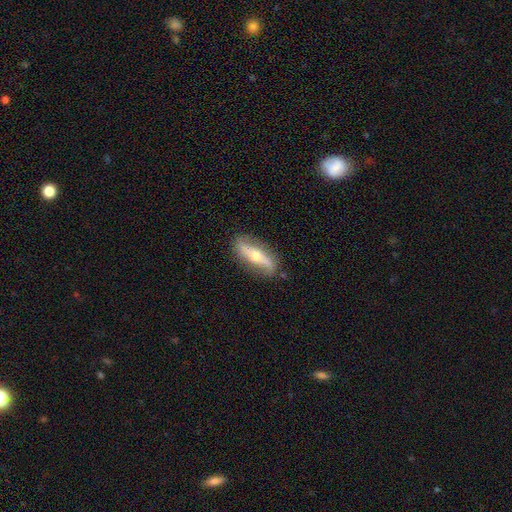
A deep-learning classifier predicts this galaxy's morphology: This is likely a featured or disk galaxy (65%). It is possibly not viewed edge-on (54%). Merging: clearly none (81%).